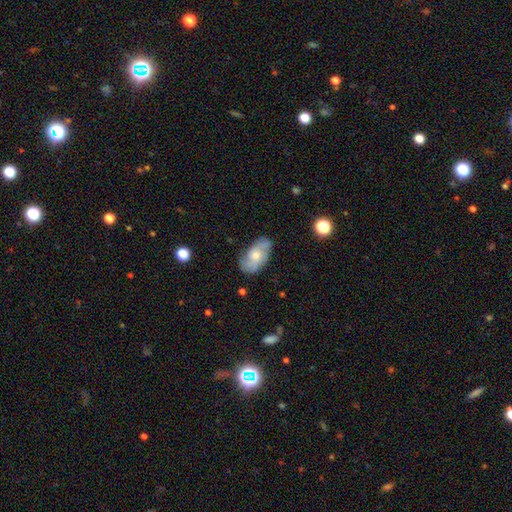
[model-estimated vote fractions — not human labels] smooth_or_featured: featured or disk (p=0.47) [alt: smooth p=0.46]
merging: none (p=0.71) [alt: minor disturbance p=0.21]